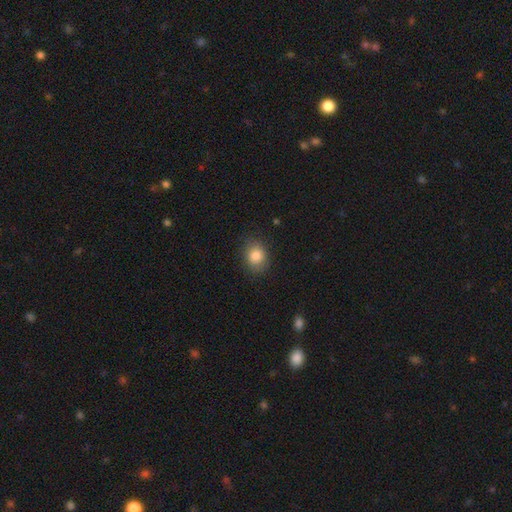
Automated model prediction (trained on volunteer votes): Smooth or featured? Predicted: smooth (p=0.85). How rounded? Predicted: round (p=0.50). Merging? Predicted: none (p=0.84).